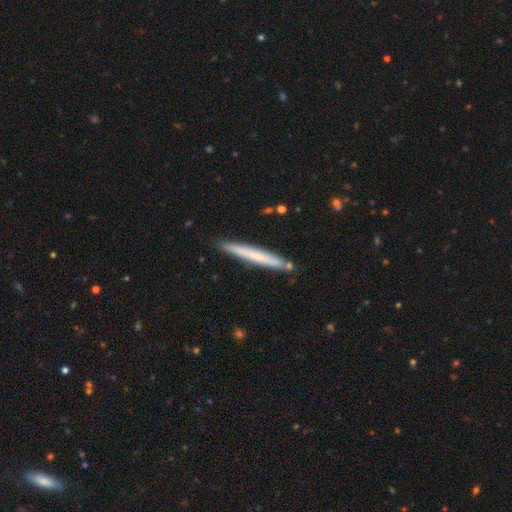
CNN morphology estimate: Smooth or featured? Predicted: smooth (p=0.61). How rounded? Predicted: cigar-shaped (p=0.97). Merging? Predicted: none (p=0.85).